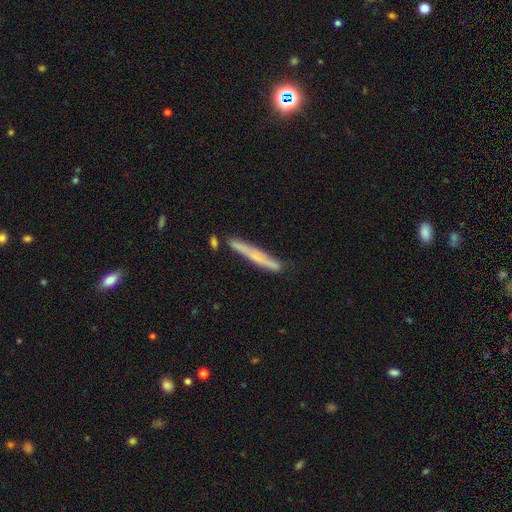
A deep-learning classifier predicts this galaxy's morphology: A smooth galaxy with no disk features (49%). Merging: none (79%).